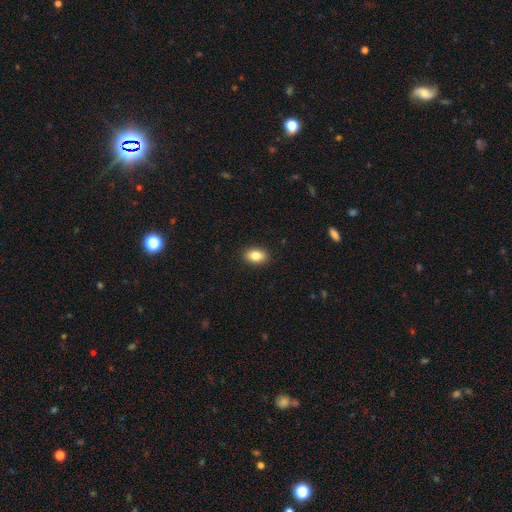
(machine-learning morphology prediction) Smooth or featured: smooth — 84% (star or artifact — 8%)
How rounded: in between — 85% (round — 13%)
Merging: none — 90% (minor disturbance — 7%)